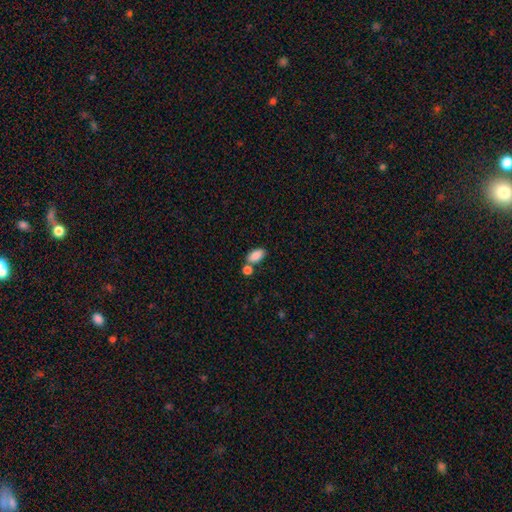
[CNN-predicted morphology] A smooth galaxy with no disk features (87%) that is in between round and cigar-shaped (92%).

Vote fractions:
- Smooth or featured? smooth: 87% / star or artifact: 8% / featured or disk: 5%
- How rounded? in between: 92% / round: 5% / cigar-shaped: 3%
- Merging? none: 53% / merger: 32% / minor disturbance: 11% / major disturbance: 4%